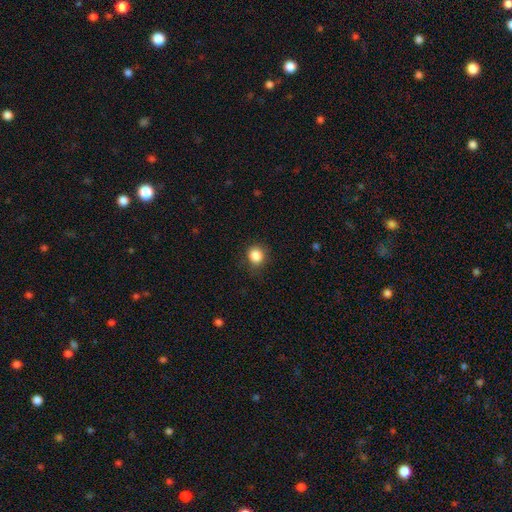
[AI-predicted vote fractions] Q: Smooth or featured?
A: smooth (86%); runner-up: star or artifact (10%)
Q: How rounded?
A: round (84%); runner-up: in between (15%)
Q: Merging?
A: none (81%); runner-up: minor disturbance (14%)